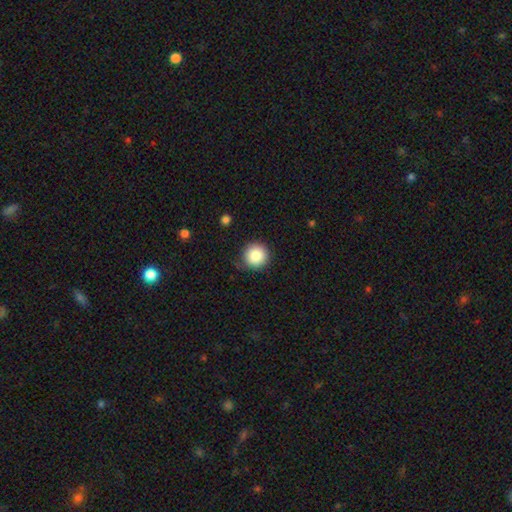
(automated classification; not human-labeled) smooth-or-featured: smooth: 86% | star or artifact: 9% | featured or disk: 5%
  how-rounded: round: 95% | in between: 4% | cigar-shaped: 1%
  merging: none: 81% | minor disturbance: 14% | major disturbance: 3% | merger: 2%